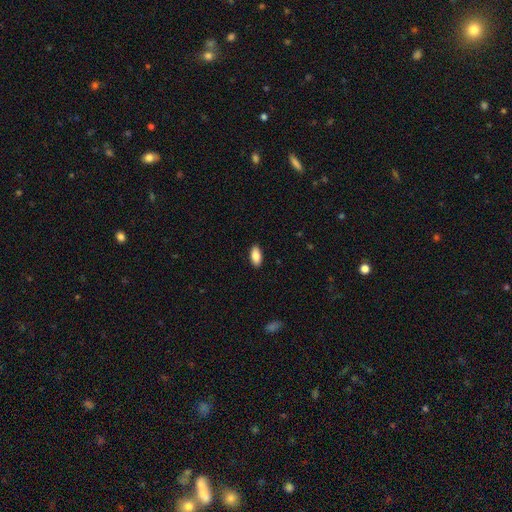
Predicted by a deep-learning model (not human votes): The model was most divided on "smooth or featured": smooth: 87%, featured or disk: 6%, star or artifact: 6%. More confident: merging — none (90%); how rounded — in between (90%).